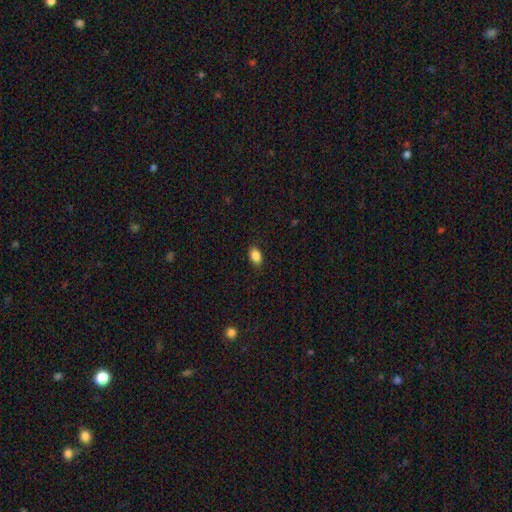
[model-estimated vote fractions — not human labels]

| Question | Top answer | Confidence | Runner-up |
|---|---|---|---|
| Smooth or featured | smooth | 87% | star or artifact (9%) |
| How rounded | in between | 82% | round (16%) |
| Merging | none | 86% | minor disturbance (11%) |